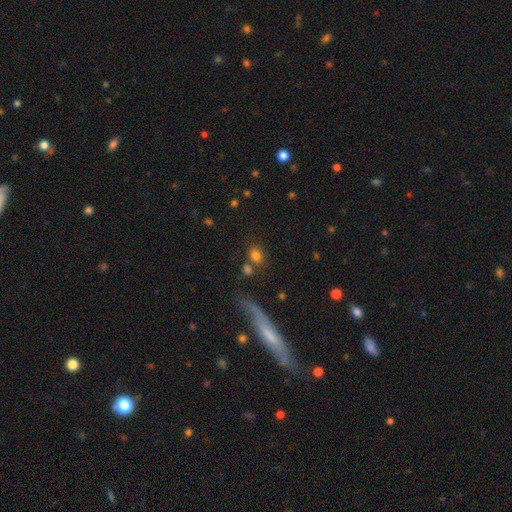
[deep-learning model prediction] smooth-or-featured: smooth: 78% | star or artifact: 13% | featured or disk: 10%
  how-rounded: round: 67% | in between: 31% | cigar-shaped: 3%
  merging: none: 64% | merger: 19% | minor disturbance: 10% | major disturbance: 7%